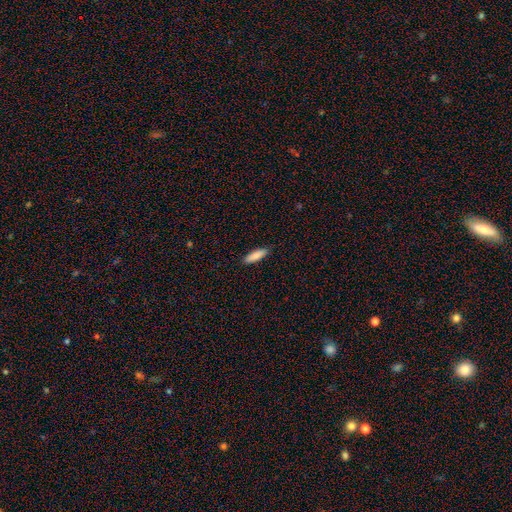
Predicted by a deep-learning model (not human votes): A smooth galaxy with no disk features (87%) that is cigar-shaped (55%). Merging: none (88%).